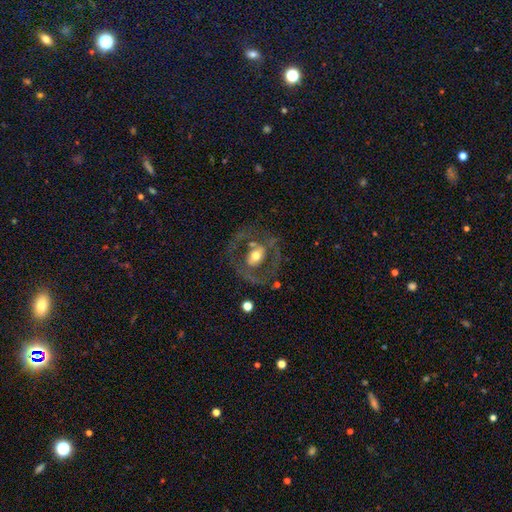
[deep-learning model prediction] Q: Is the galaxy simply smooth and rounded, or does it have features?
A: featured or disk — 68%.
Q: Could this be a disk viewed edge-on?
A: no — 94%.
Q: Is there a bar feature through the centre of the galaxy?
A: no — 52%.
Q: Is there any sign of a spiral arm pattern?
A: no — 60%.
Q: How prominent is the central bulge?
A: moderate — 68%.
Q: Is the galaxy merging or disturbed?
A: none — 63%.